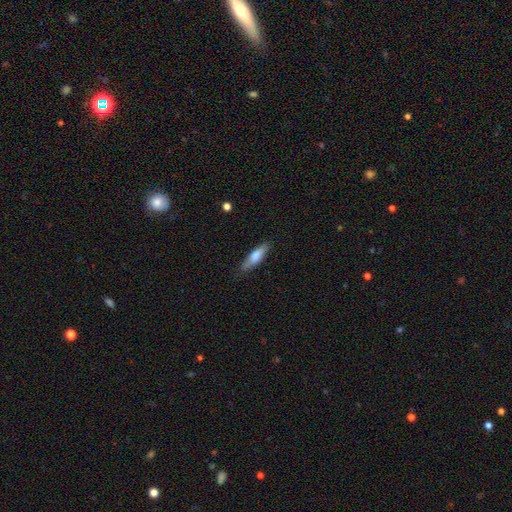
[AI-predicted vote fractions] A smooth galaxy with no disk features (73%) that is cigar-shaped (65%).

Vote fractions:
- Smooth or featured? smooth: 73% / featured or disk: 21% / star or artifact: 6%
- How rounded? cigar-shaped: 65% / in between: 33% / round: 2%
- Merging? none: 81% / minor disturbance: 14% / major disturbance: 3% / merger: 1%